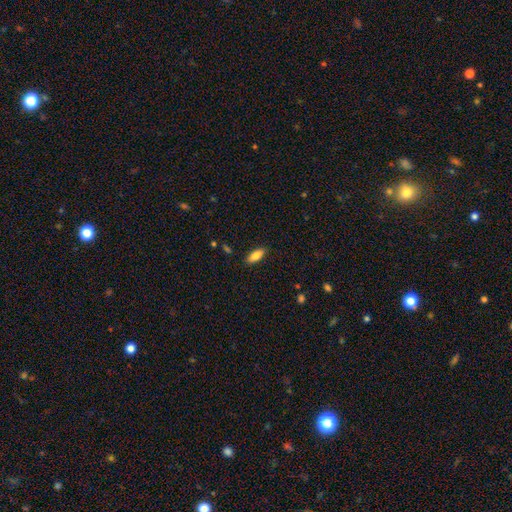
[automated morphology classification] Smooth or featured? smooth (84%)
How rounded? in between (82%)
Merging? none (87%)